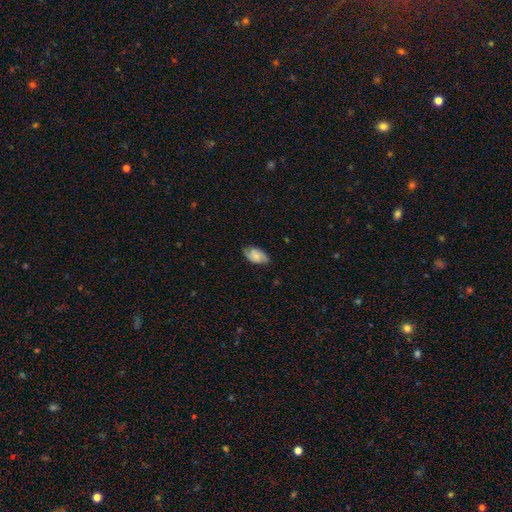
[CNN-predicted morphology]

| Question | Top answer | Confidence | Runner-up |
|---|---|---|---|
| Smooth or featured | smooth | 46% | tied: featured or disk (46%) |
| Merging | none | 76% | minor disturbance (19%) |